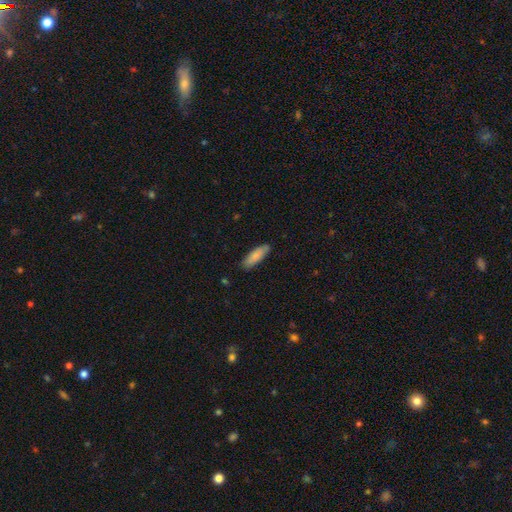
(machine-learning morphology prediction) Smooth or featured: smooth — 83% (featured or disk — 12%)
How rounded: cigar-shaped — 49% (tied with in between — 49%)
Merging: none — 84% (minor disturbance — 13%)